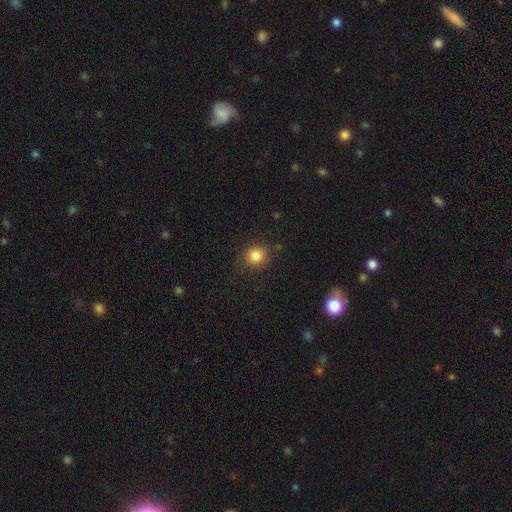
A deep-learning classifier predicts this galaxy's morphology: type=smooth (84%); roundness=round (89%); merging=none (86%).